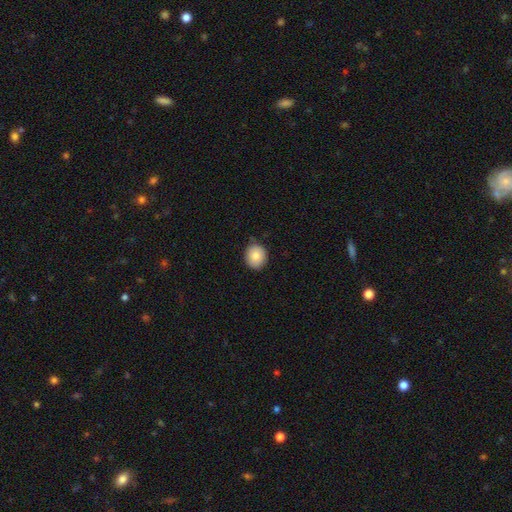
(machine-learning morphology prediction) smooth 83%, featured or disk 9%, star or artifact 8%. Down the decision tree: how rounded — round (76%); merging — none (84%).